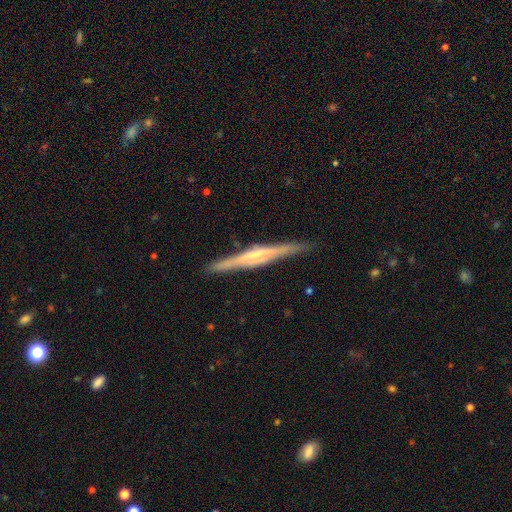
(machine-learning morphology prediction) featured or disk 78%, smooth 16%, star or artifact 6%. Down the decision tree: edge-on disk — yes (98%); edge-on bulge — rounded (52%); merging — none (90%).